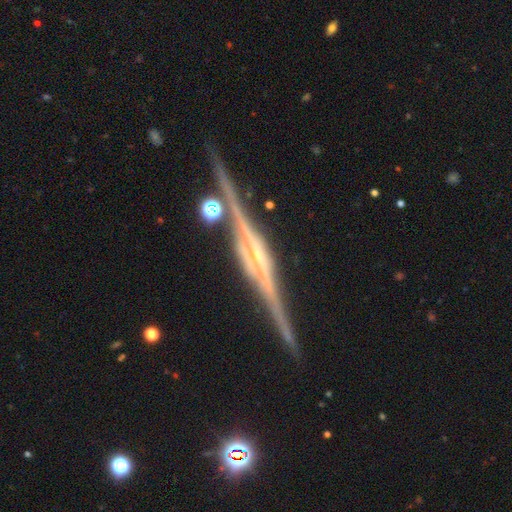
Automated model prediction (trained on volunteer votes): smooth_or_featured: featured or disk (p=0.89) [alt: star or artifact p=0.07]
disk_edge_on: yes (p=0.98) [alt: no p=0.02]
edge_on_bulge: rounded (p=0.52) [alt: boxy p=0.37]
merging: none (p=0.86) [alt: minor disturbance p=0.09]